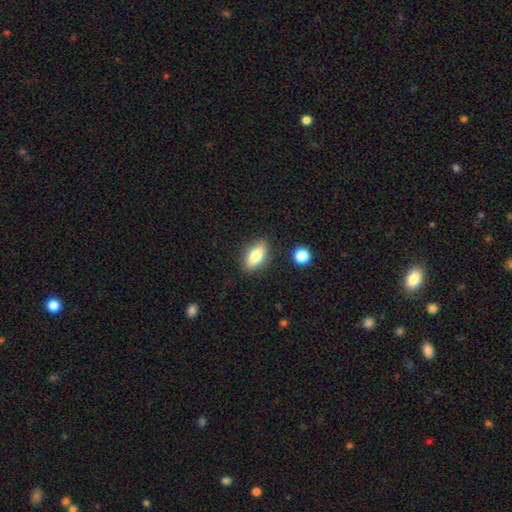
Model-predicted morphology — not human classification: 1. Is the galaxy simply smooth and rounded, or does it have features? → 72% smooth, 20% featured or disk, 8% star or artifact.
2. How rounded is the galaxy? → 81% in between, 13% cigar-shaped, 6% round.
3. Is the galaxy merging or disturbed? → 85% none, 10% minor disturbance, 3% major disturbance, 3% merger.